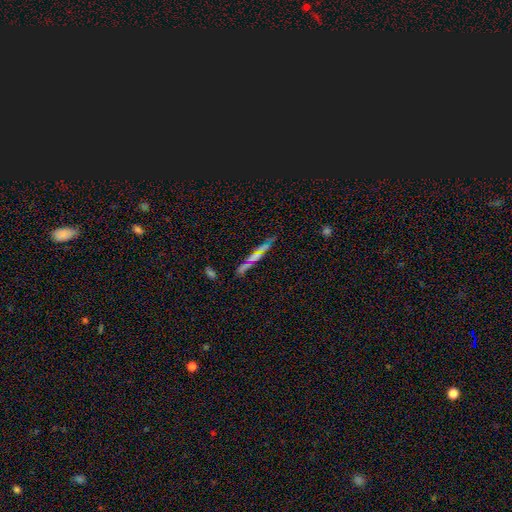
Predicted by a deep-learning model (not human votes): This appears to be a smooth galaxy with no disk features (47%). Merging: none (78%).